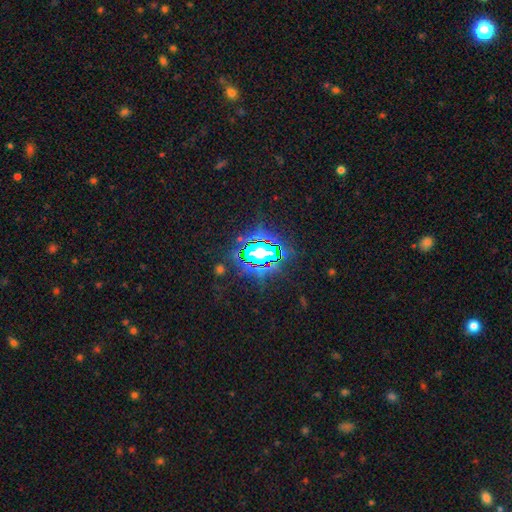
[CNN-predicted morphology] This appears to be a star or artifact, not a galaxy (82%).